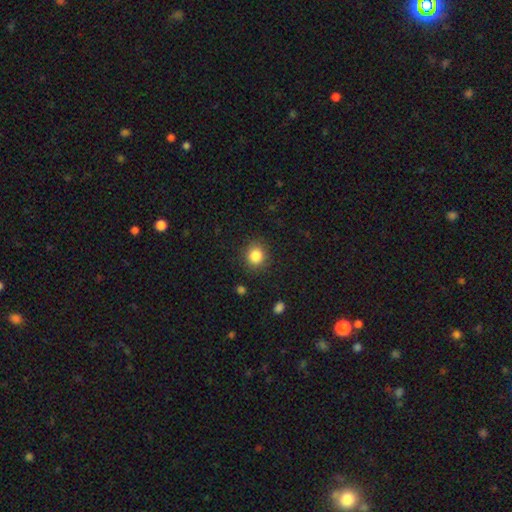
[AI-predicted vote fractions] Morphology: type=smooth (85%); roundness=round (85%); merging=none (88%).